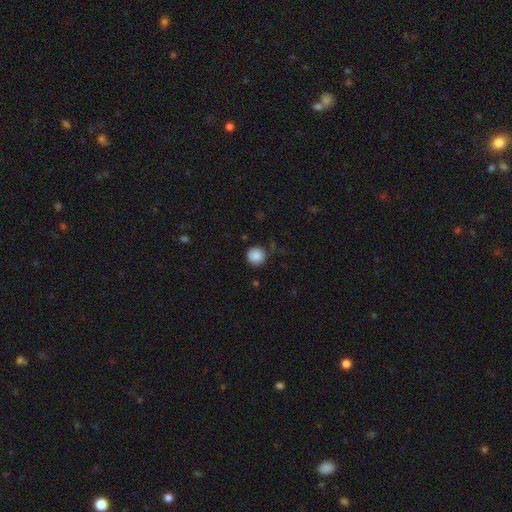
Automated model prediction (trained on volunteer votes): A smooth galaxy with no disk features (87%) that is round (95%). Merging: none (79%).